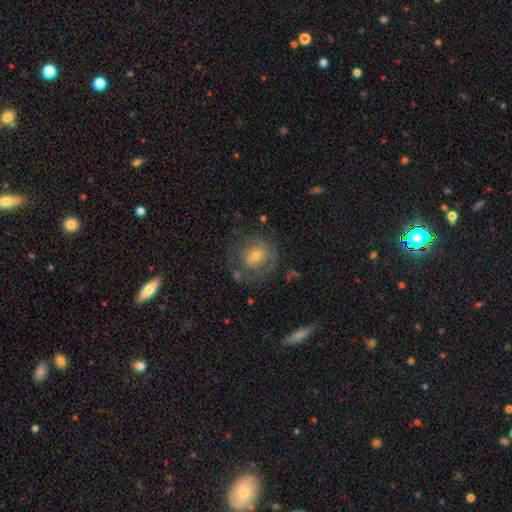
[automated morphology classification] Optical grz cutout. It shows a featured or disk galaxy (45%). Merging: none (63%).